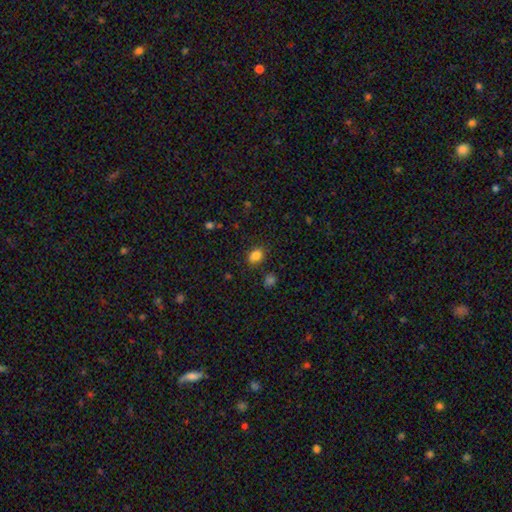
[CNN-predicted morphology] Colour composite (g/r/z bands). It shows a smooth galaxy with no disk features (84%) that is in between round and cigar-shaped (63%). Merging: none (83%).